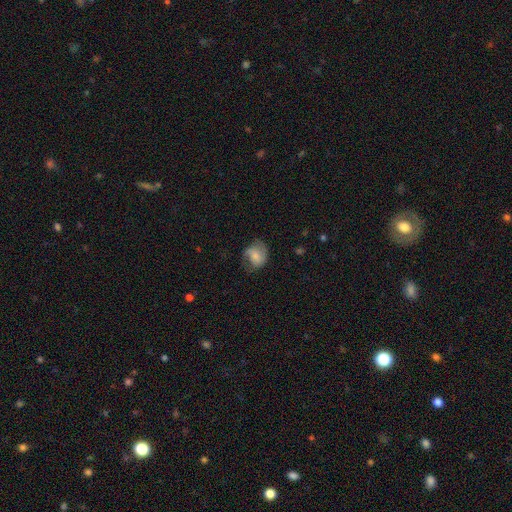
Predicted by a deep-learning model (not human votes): Q: Smooth or featured?
A: smooth (48%); runner-up: featured or disk (44%)
Q: Merging?
A: none (53%); runner-up: minor disturbance (28%)